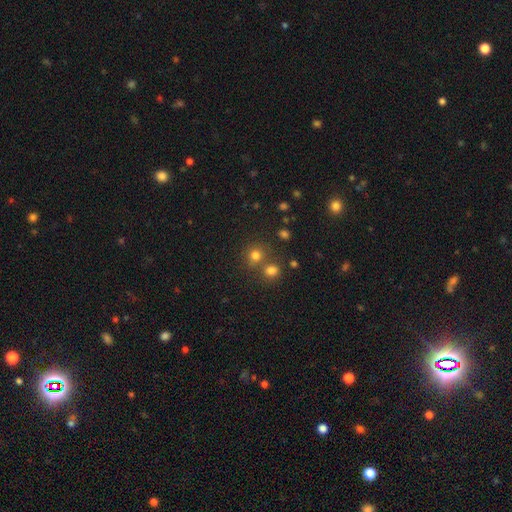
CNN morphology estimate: This appears to be a smooth galaxy with no disk features (76%) that is round (84%). Merging: none (61%).